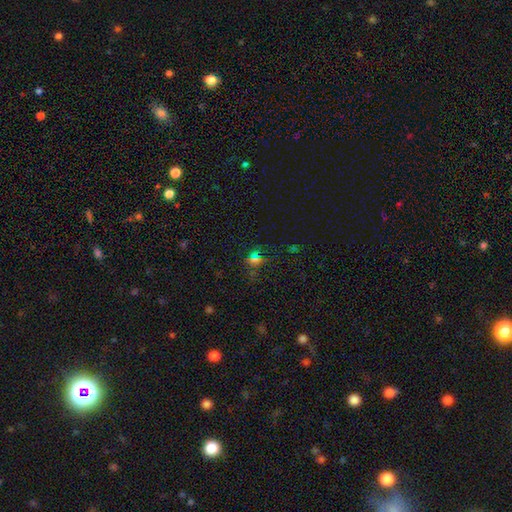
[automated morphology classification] A star or artifact, not a galaxy (50%).